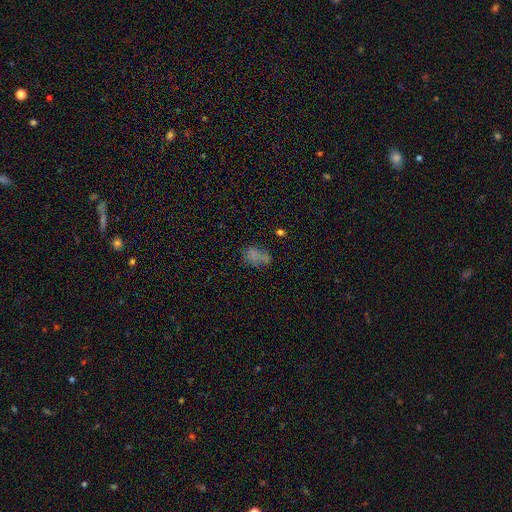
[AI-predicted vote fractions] Overall: smooth (64%). How rounded: in between (75%). Merging: none (52%; minor disturbance 22%).